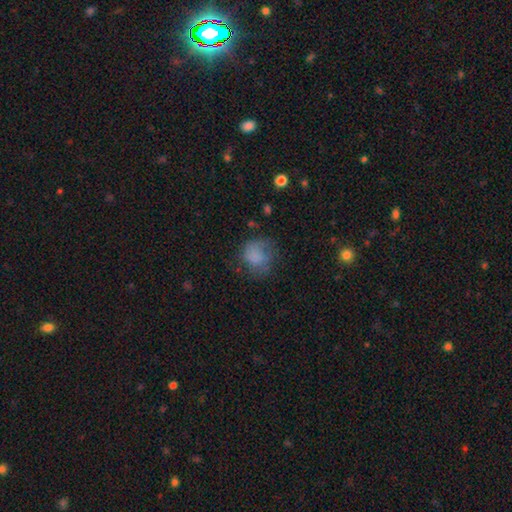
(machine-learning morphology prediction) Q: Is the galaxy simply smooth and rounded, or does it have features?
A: smooth — 70%.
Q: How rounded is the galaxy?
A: round — 71%.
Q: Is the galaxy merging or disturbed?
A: none — 50%.